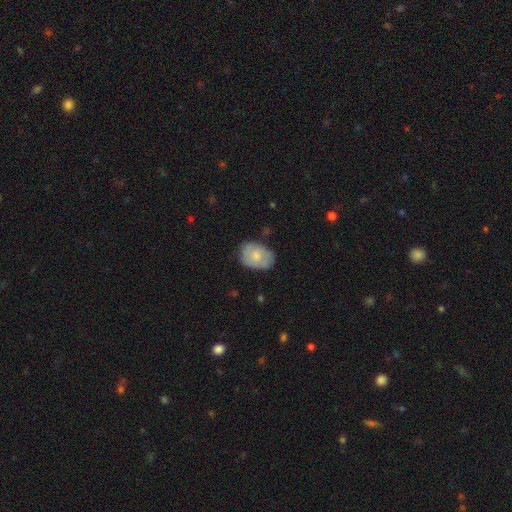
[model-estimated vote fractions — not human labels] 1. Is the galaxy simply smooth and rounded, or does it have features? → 70% smooth, 24% featured or disk, 6% star or artifact.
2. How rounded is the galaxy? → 79% in between, 20% round, 1% cigar-shaped.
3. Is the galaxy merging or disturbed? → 70% none, 23% minor disturbance, 5% major disturbance, 2% merger.